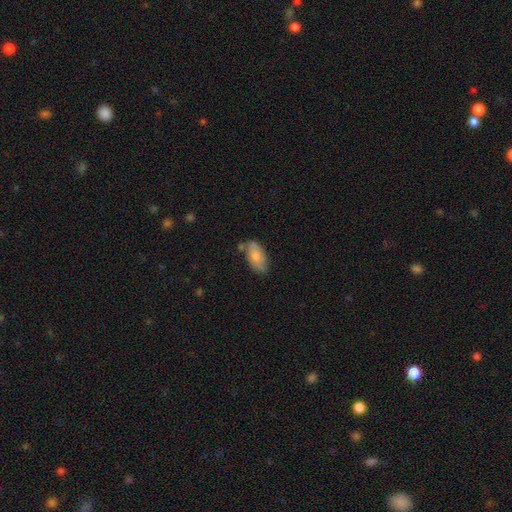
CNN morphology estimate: A smooth galaxy with no disk features (77%) that is in between round and cigar-shaped (92%).

Vote fractions:
- Smooth or featured? smooth: 77% / featured or disk: 17% / star or artifact: 6%
- How rounded? in between: 92% / cigar-shaped: 5% / round: 3%
- Merging? none: 63% / minor disturbance: 24% / merger: 8% / major disturbance: 5%